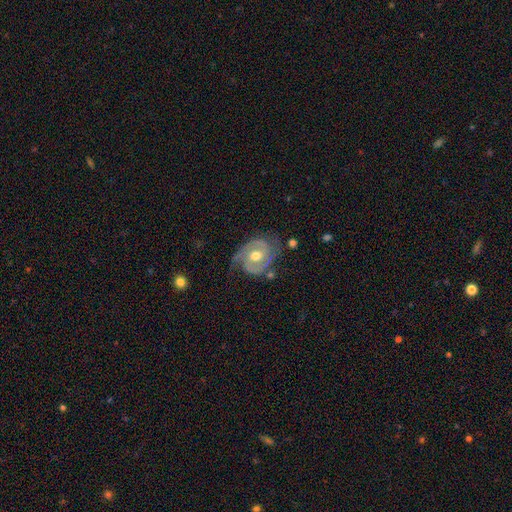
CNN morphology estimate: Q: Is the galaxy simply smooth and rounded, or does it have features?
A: featured or disk — 88%.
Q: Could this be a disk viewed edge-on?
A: no — 97%.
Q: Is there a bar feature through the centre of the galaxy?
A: no — 58%.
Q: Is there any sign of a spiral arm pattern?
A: yes — 97%.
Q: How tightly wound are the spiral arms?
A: tight — 49%.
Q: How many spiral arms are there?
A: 2 — 88%.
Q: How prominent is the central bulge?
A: moderate — 79%.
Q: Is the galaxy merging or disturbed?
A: none — 69%.